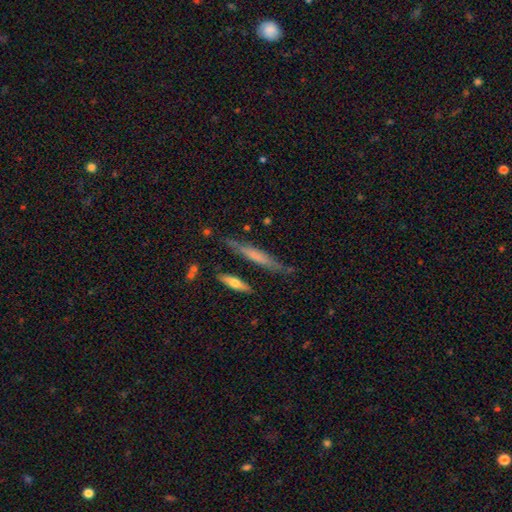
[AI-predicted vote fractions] Smooth or featured?
  - smooth: 48% *
  - featured or disk: 45%
  - star or artifact: 7%
Merging?
  - none: 76% *
  - minor disturbance: 17%
  - merger: 4%
  - major disturbance: 4%